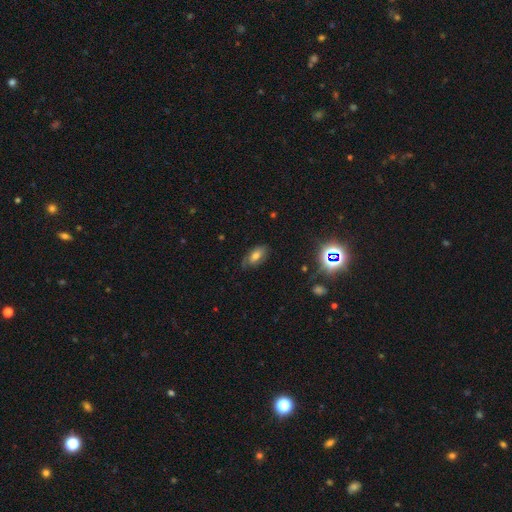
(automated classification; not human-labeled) This appears to be a smooth galaxy with no disk features (54%) that is in between round and cigar-shaped (88%). Merging: none (68%).